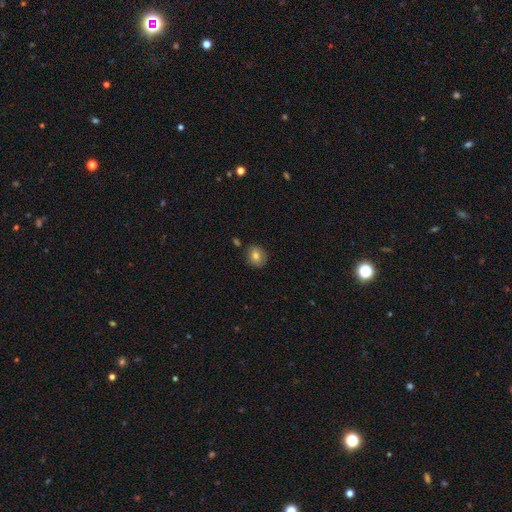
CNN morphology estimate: Smooth or featured: smooth — 79% (featured or disk — 11%)
How rounded: round — 63% (in between — 36%)
Merging: none — 83% (minor disturbance — 12%)